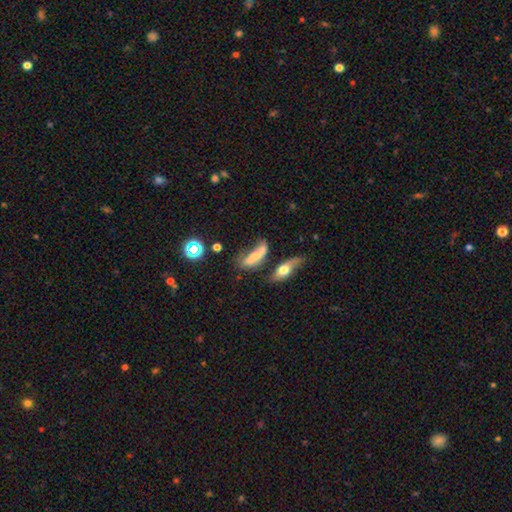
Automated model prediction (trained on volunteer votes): Smooth or featured? Predicted: smooth (p=0.61). How rounded? Predicted: in between (p=0.56). Merging? Predicted: none (p=0.32).